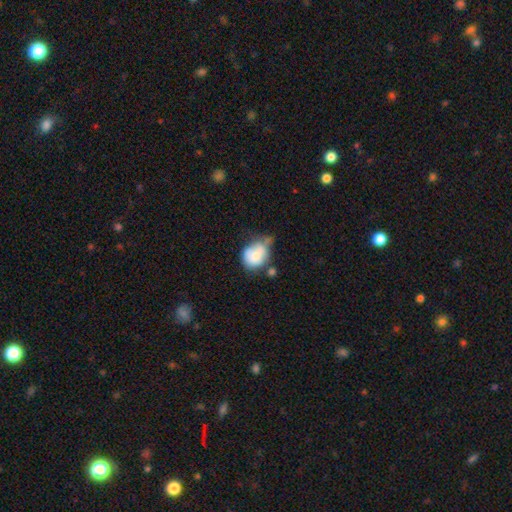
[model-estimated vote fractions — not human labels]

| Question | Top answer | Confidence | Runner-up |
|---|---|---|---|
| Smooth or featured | smooth | 69% | featured or disk (22%) |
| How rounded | round | 55% | in between (44%) |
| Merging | minor disturbance | 32% | none (27%) |